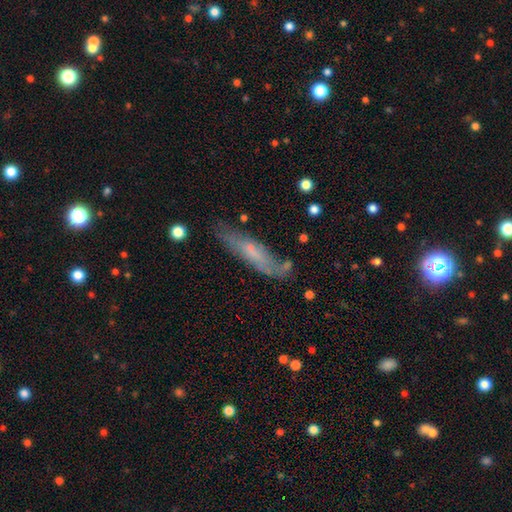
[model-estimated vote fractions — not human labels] Morphology: type=featured or disk (46%); merging=none (67%).